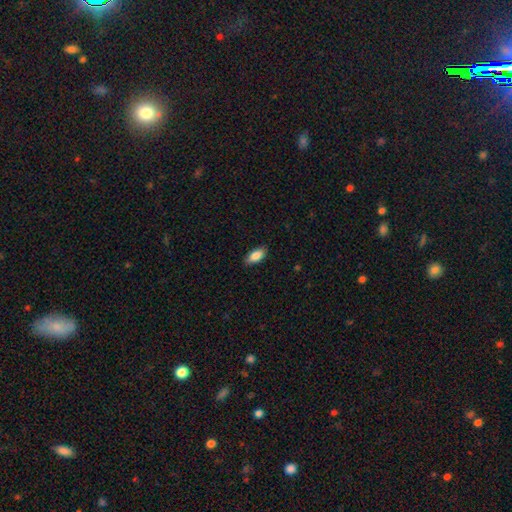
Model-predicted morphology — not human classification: This appears to be a smooth galaxy with no disk features (86%) that is in between round and cigar-shaped (87%). Merging: none (87%).